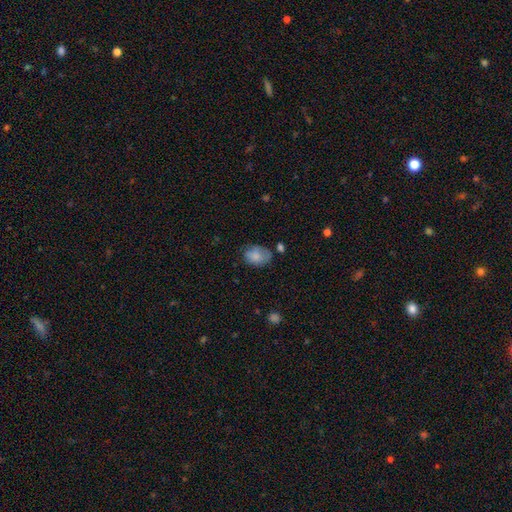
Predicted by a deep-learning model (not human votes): The model was most divided on "merging": none: 53%, minor disturbance: 31%, major disturbance: 11%, merger: 5%. More confident: how rounded — in between (78%); smooth or featured — smooth (77%).